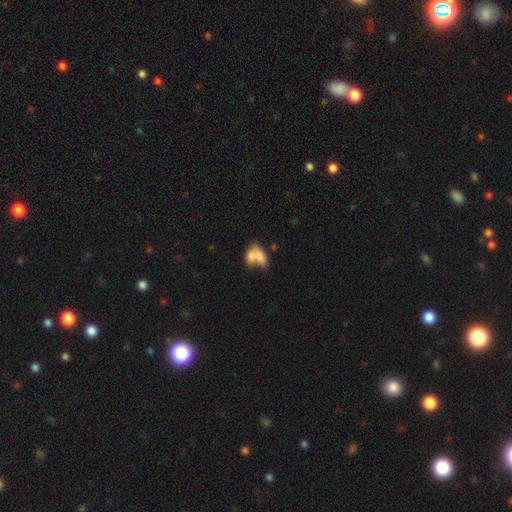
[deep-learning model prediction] Smooth or featured? Predicted: smooth (p=0.72). How rounded? Predicted: in between (p=0.82). Merging? Predicted: merger (p=0.65).